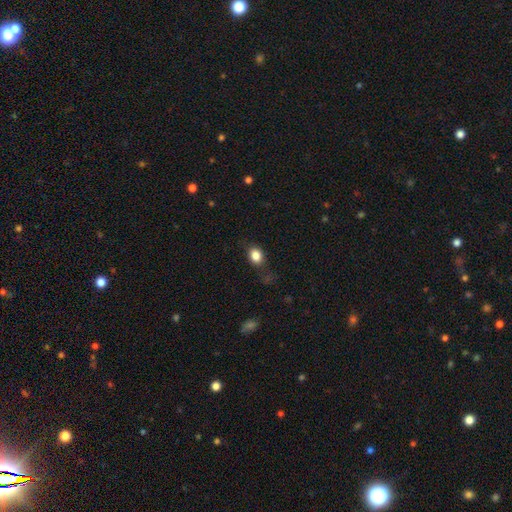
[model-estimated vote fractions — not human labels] Smooth or featured?
  - smooth: 83% *
  - star or artifact: 10%
  - featured or disk: 6%
How rounded?
  - in between: 52% *
  - round: 46%
  - cigar-shaped: 2%
Merging?
  - none: 72% *
  - minor disturbance: 19%
  - major disturbance: 7%
  - merger: 2%